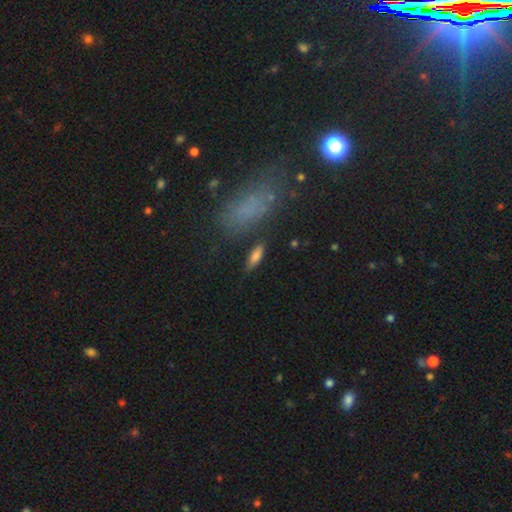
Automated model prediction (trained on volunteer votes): smooth-or-featured: smooth: 74% | featured or disk: 17% | star or artifact: 9%
  how-rounded: in between: 55% | cigar-shaped: 42% | round: 4%
  merging: none: 80% | minor disturbance: 13% | major disturbance: 4% | merger: 3%